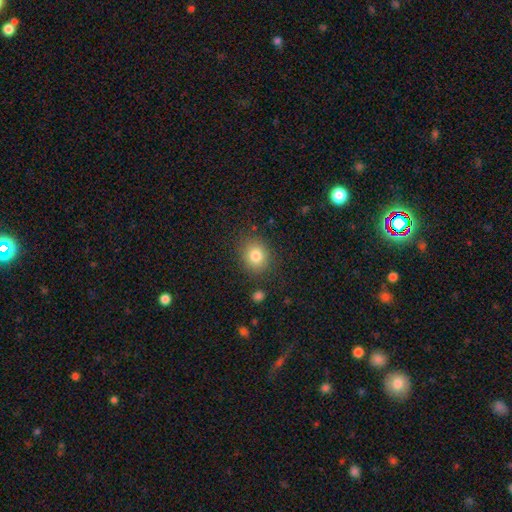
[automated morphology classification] Overall: smooth (81%). How rounded: round (71%). Merging: none (84%).